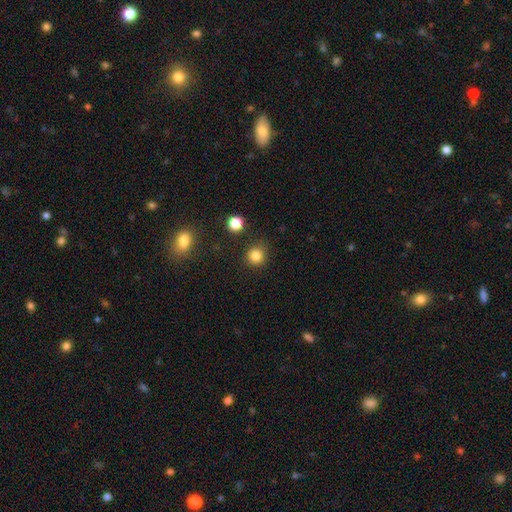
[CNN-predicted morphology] This is clearly a smooth galaxy (84%). How rounded: clearly round (92%). Merging: clearly none (86%).